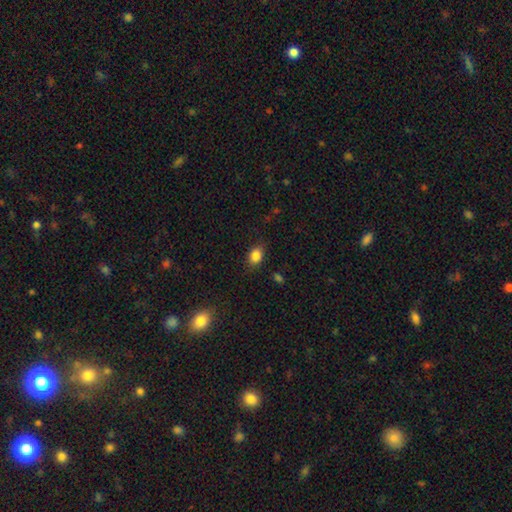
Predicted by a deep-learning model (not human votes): Overall: smooth (85%). How rounded: in between (71%). Merging: none (82%).